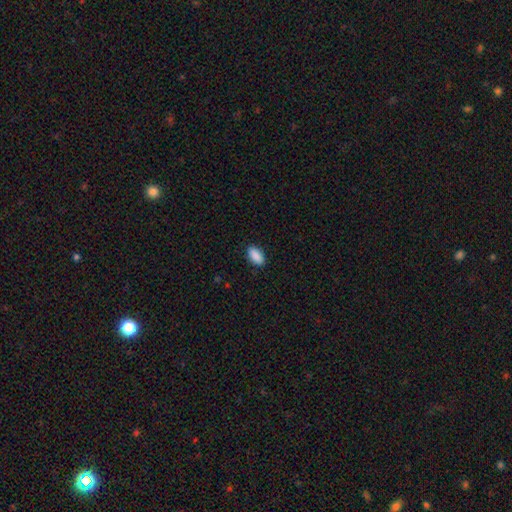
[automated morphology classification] A smooth galaxy with no disk features (90%) that is in between round and cigar-shaped (92%).

Vote fractions:
- Smooth or featured? smooth: 90% / star or artifact: 7% / featured or disk: 3%
- How rounded? in between: 92% / cigar-shaped: 5% / round: 3%
- Merging? none: 88% / minor disturbance: 9% / major disturbance: 2% / merger: 1%